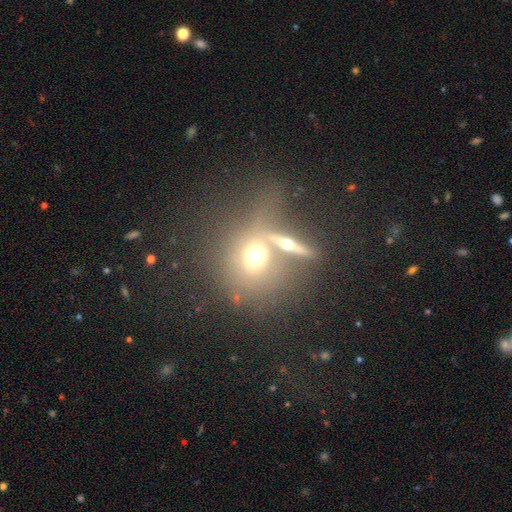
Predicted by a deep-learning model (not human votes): smooth 48%, featured or disk 37%, star or artifact 15%. Down the decision tree: merging — none (43%).